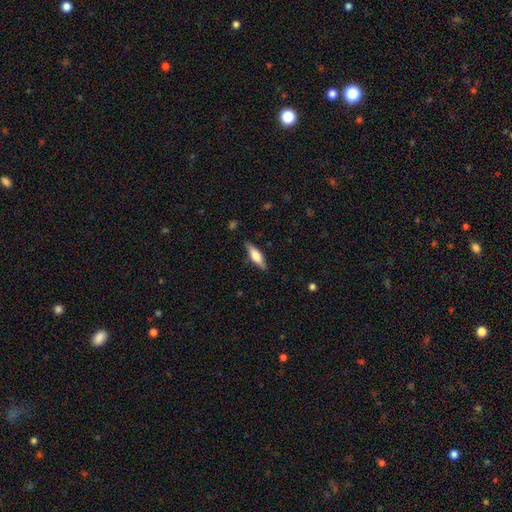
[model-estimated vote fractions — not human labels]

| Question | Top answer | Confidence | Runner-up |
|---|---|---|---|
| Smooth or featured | smooth | 62% | featured or disk (32%) |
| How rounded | cigar-shaped | 51% | in between (47%) |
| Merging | none | 84% | minor disturbance (12%) |